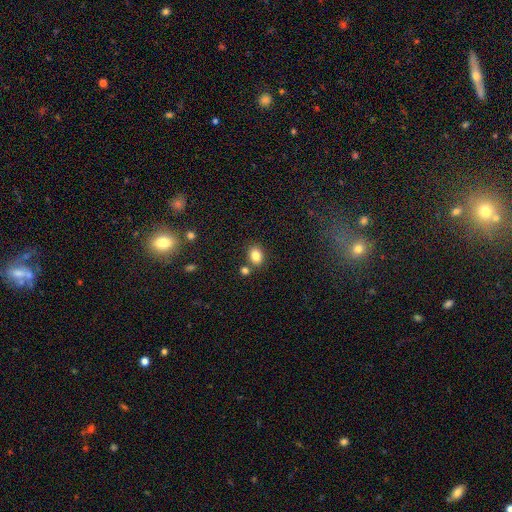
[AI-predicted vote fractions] A smooth galaxy with no disk features (82%) that is in between round and cigar-shaped (62%).

Vote fractions:
- Smooth or featured? smooth: 82% / star or artifact: 10% / featured or disk: 7%
- How rounded? in between: 62% / round: 37% / cigar-shaped: 1%
- Merging? none: 75% / merger: 12% / minor disturbance: 10% / major disturbance: 3%